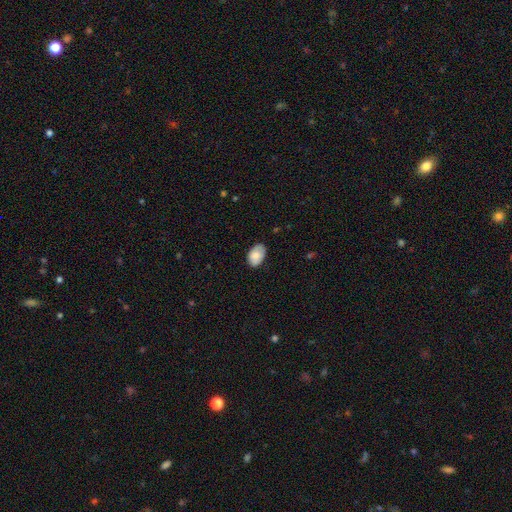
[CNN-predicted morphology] smooth-or-featured: smooth: 81% | featured or disk: 12% | star or artifact: 7%
  how-rounded: in between: 88% | round: 11% | cigar-shaped: 1%
  merging: none: 76% | minor disturbance: 20% | major disturbance: 3% | merger: 1%